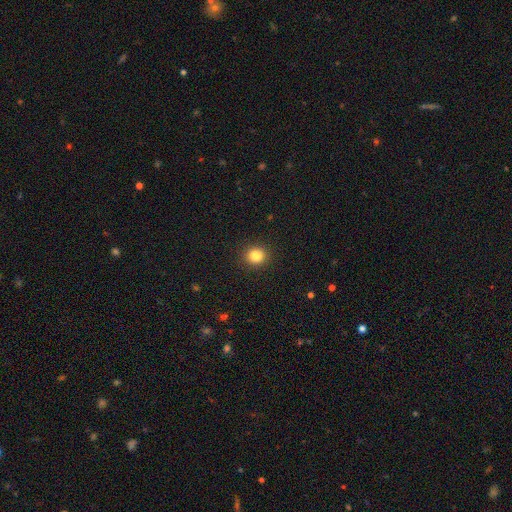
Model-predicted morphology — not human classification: smooth-or-featured: smooth: 83% | star or artifact: 12% | featured or disk: 5%
  how-rounded: round: 86% | in between: 13% | cigar-shaped: 1%
  merging: none: 92% | minor disturbance: 5% | major disturbance: 2% | merger: 1%